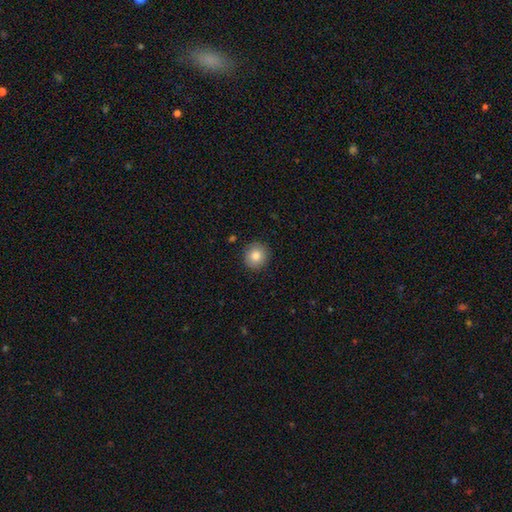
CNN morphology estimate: This appears to be a smooth galaxy with no disk features (83%) that is round (90%). Merging: none (90%).